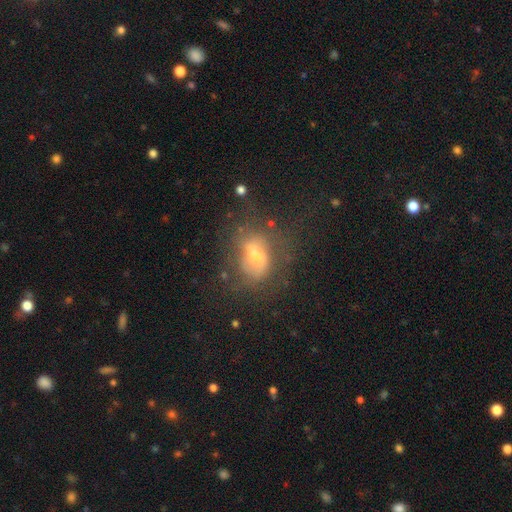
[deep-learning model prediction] Smooth or featured: featured or disk — 52% (smooth — 35%)
Edge-on disk: no — 95% (yes — 5%)
Merging: none — 45% (major disturbance — 25%)